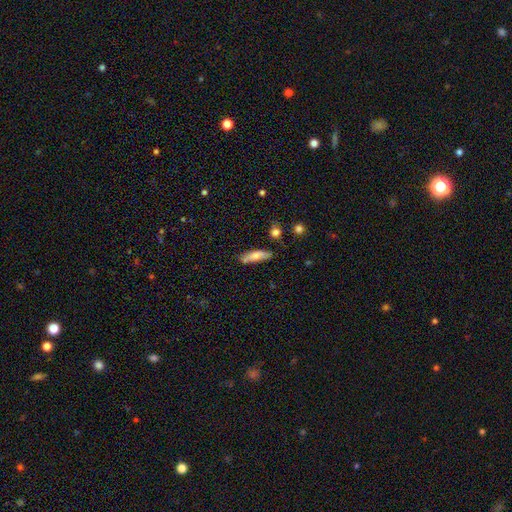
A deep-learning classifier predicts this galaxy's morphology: This appears to be a smooth galaxy with no disk features (71%) that is cigar-shaped (55%). Merging: none (72%).